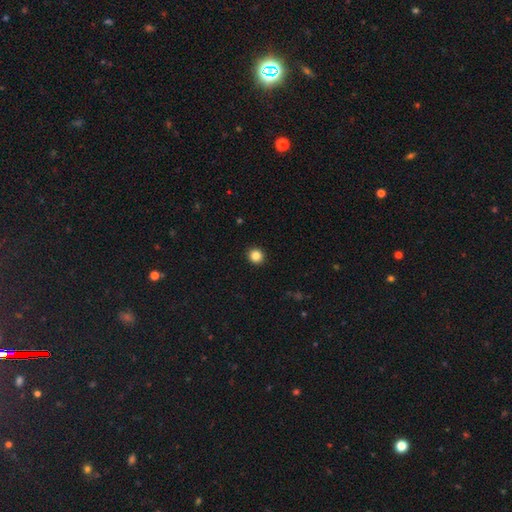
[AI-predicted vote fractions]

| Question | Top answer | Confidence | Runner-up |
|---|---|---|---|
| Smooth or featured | smooth | 85% | star or artifact (11%) |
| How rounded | round | 91% | in between (8%) |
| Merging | none | 93% | minor disturbance (5%) |